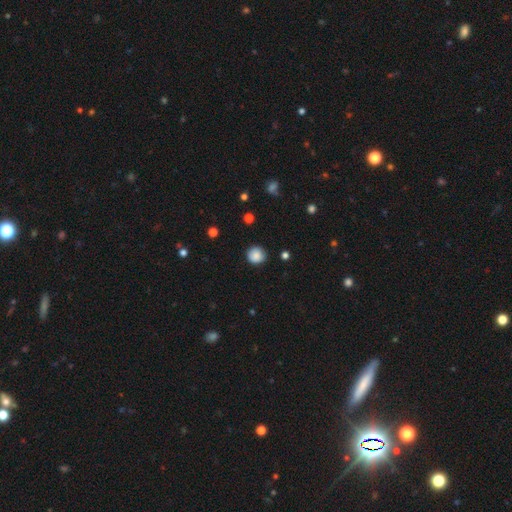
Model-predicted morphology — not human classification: smooth 86%, star or artifact 9%, featured or disk 5%. Down the decision tree: how rounded — round (92%); merging — none (85%).